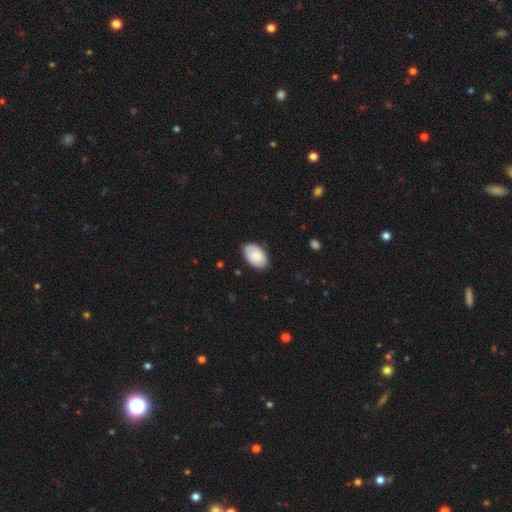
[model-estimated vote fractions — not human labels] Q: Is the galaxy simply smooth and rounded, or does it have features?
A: smooth — 79%.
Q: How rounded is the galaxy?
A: in between — 93%.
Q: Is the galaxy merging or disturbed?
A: none — 82%.